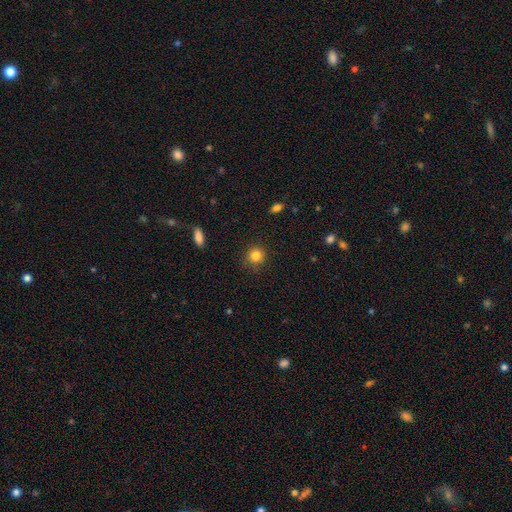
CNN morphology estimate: smooth 84%, star or artifact 11%, featured or disk 5%. Down the decision tree: how rounded — round (91%); merging — none (84%).